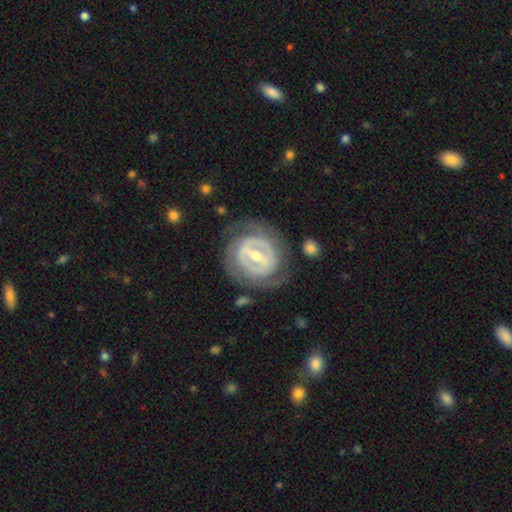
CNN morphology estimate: type=featured or disk (83%); edge-on=no (95%); bar=strong (58%); spiral arms=yes (63%); bulge=moderate (57%); merging=none (71%).